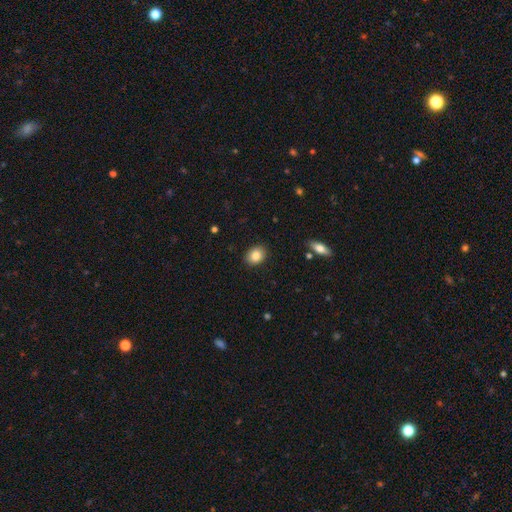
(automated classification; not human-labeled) Q: Smooth or featured?
A: smooth (85%); runner-up: star or artifact (8%)
Q: How rounded?
A: in between (58%); runner-up: round (41%)
Q: Merging?
A: none (89%); runner-up: minor disturbance (8%)